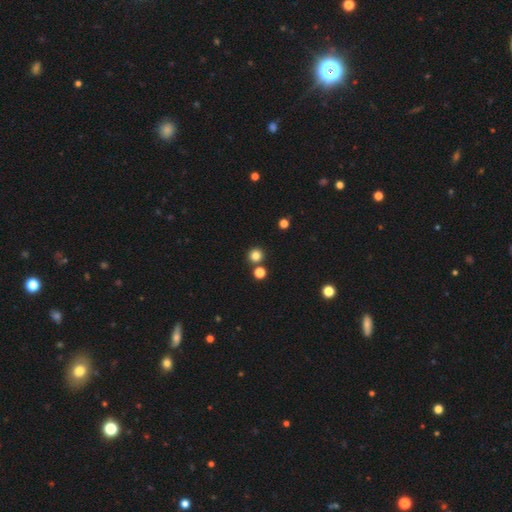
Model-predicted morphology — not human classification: This appears to be a smooth galaxy with no disk features (81%) that is round (94%). Merging: none (81%).